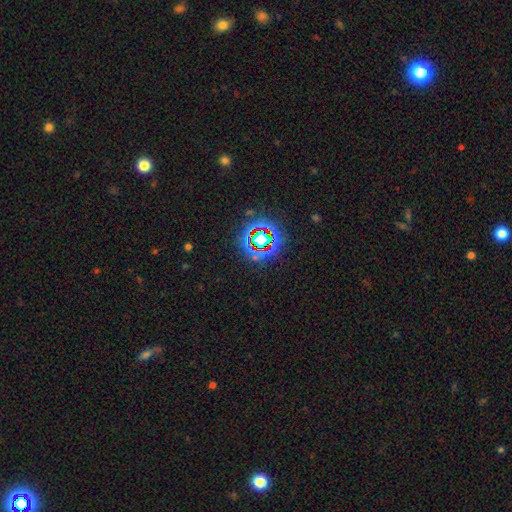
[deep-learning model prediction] A star or artifact, not a galaxy (74%).

Vote fractions:
- Smooth or featured? star or artifact: 74% / smooth: 15% / featured or disk: 10%